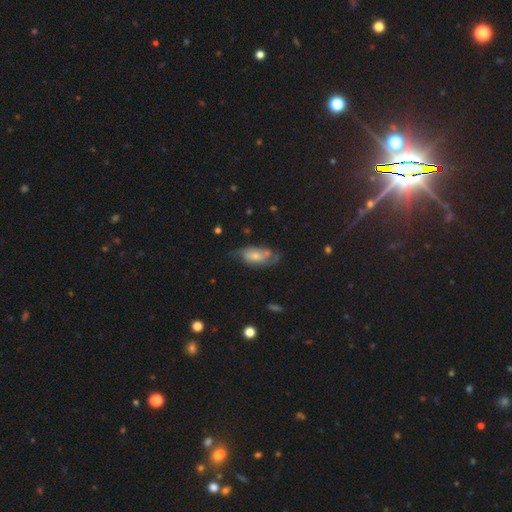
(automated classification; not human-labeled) Smooth or featured? Predicted: featured or disk (p=0.58). Edge-on disk? Predicted: no (p=0.90). Bar? Predicted: no (p=0.62). Spiral arms? Predicted: yes (p=0.82). Bulge size? Predicted: moderate (p=0.44). Merging? Predicted: none (p=0.49).